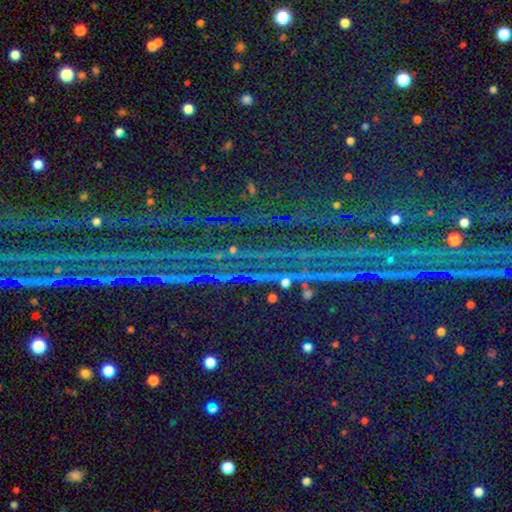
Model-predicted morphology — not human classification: A star or artifact, not a galaxy (87%).